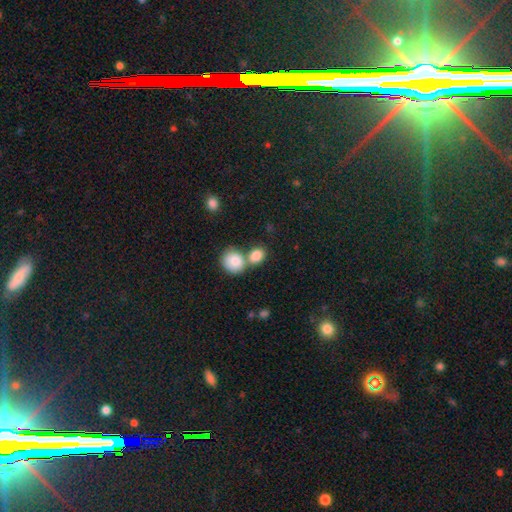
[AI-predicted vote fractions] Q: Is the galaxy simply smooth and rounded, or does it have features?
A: smooth — 85%.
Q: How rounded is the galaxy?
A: in between — 51%.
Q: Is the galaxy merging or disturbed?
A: merger — 47%.